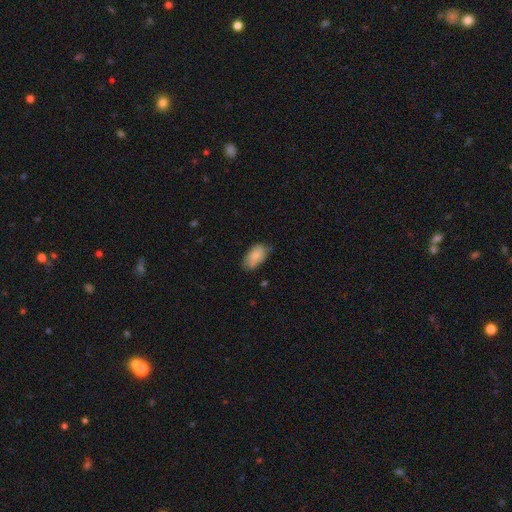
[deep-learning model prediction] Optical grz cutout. It shows a smooth galaxy with no disk features (82%) that is in between round and cigar-shaped (93%). Merging: none (62%).